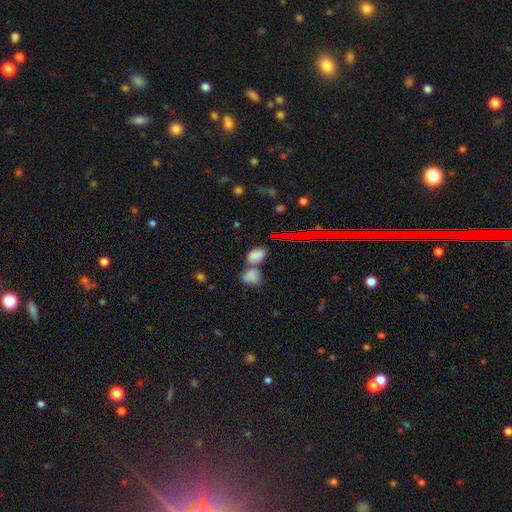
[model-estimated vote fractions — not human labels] This appears to be a smooth galaxy with no disk features (76%) that is in between round and cigar-shaped (83%). Merging: merger (47%).